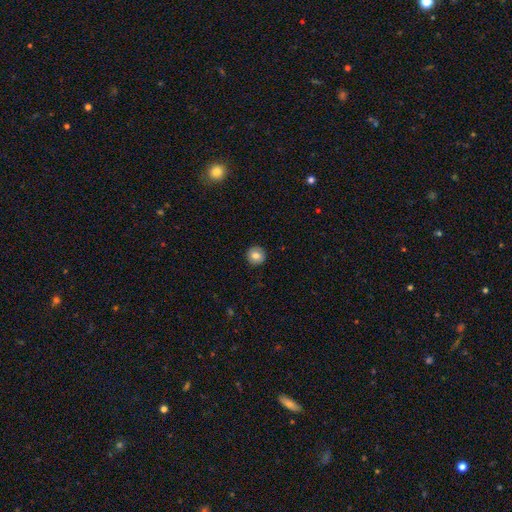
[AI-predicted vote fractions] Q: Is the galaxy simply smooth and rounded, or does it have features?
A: smooth — 81%.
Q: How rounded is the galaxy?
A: round — 95%.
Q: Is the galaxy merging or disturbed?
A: none — 92%.